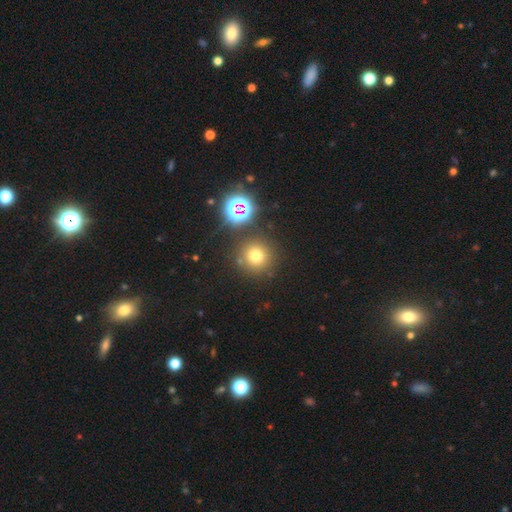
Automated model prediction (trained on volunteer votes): This appears to be a smooth galaxy with no disk features (70%) that is round (95%). Merging: none (83%).